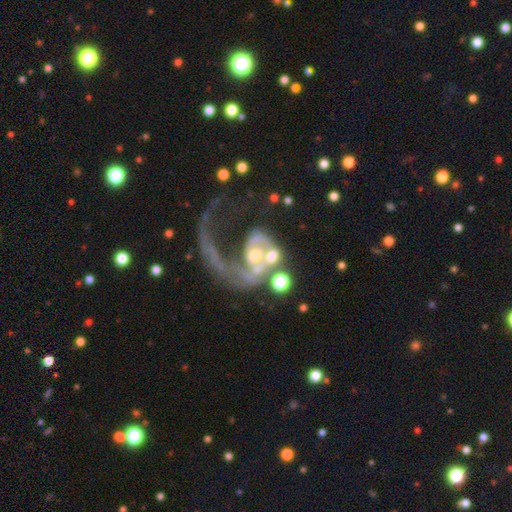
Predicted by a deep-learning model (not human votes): smooth-or-featured: featured or disk: 80% | smooth: 12% | star or artifact: 8%
  disk-edge-on: no: 97% | yes: 3%
    bar: no: 67% | weak: 25% | strong: 8%
    has-spiral-arms: yes: 81% | no: 19%
      spiral-winding: loose: 60% | medium: 27% | tight: 13%
      spiral-arm-count: 1: 68% | 2: 19% | can't tell: 8% | 3: 2% | 4: 1% | more than 4: 1%
    bulge-size: moderate: 52% | small: 34% | large: 7% | none: 6% | dominant: 2%
  merging: major disturbance: 41% | merger: 37% | none: 15% | minor disturbance: 8%